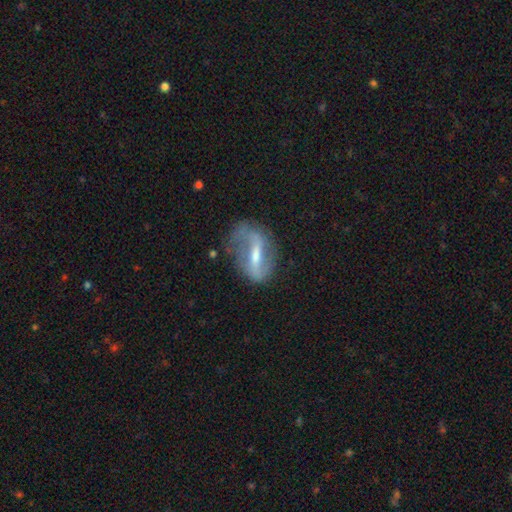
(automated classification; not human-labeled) Overall: featured or disk (77%). Edge-on disk: no (89%). Bar: strong (59%; weak 30%). Spiral arms: yes (77%). Spiral arm count: 2 (80%). Spiral winding: loose (56%; medium 31%). Bulge size: moderate (48%; small 39%). Merging: none (61%; minor disturbance 22%).